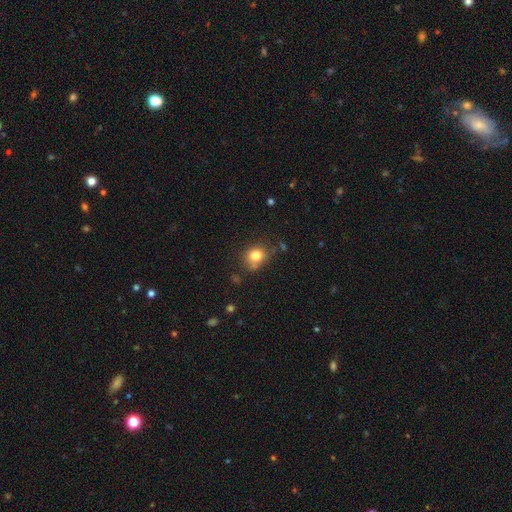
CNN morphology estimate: The model was most divided on "merging": none: 62%, minor disturbance: 22%, merger: 9%, major disturbance: 7%. More confident: smooth or featured — smooth (79%); how rounded — round (72%).